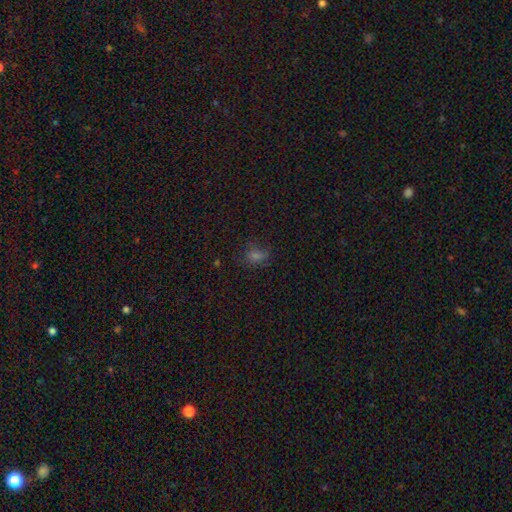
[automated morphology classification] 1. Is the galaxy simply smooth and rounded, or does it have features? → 59% smooth, 31% star or artifact, 10% featured or disk.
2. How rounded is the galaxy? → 51% in between, 47% round, 2% cigar-shaped.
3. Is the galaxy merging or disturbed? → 67% none, 22% minor disturbance, 9% major disturbance, 3% merger.